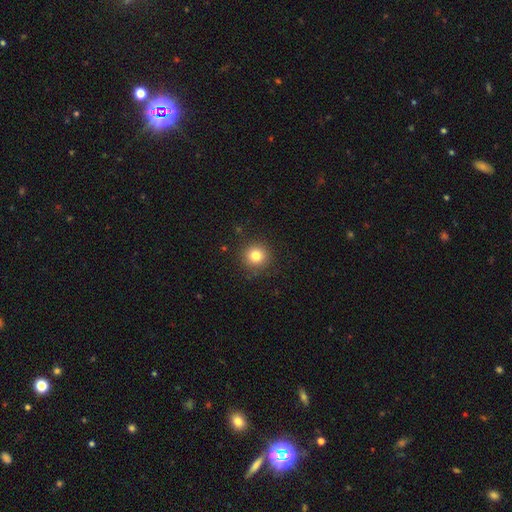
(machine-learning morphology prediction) Smooth or featured?
  - smooth: 81% *
  - star or artifact: 12%
  - featured or disk: 7%
How rounded?
  - round: 94% *
  - in between: 6%
  - cigar-shaped: 1%
Merging?
  - none: 90% *
  - minor disturbance: 7%
  - major disturbance: 2%
  - merger: 1%